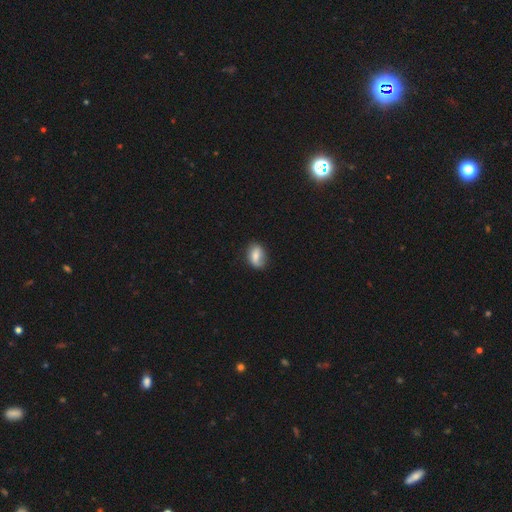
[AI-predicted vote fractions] A smooth galaxy with no disk features (70%) that is in between round and cigar-shaped (80%). Merging: none (69%).